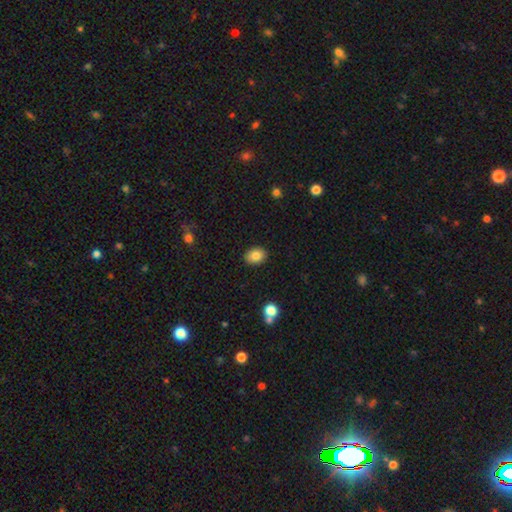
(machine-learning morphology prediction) smooth-or-featured: smooth: 83% | featured or disk: 9% | star or artifact: 9%
  how-rounded: in between: 65% | round: 34% | cigar-shaped: 1%
  merging: none: 90% | minor disturbance: 7% | major disturbance: 2% | merger: 1%